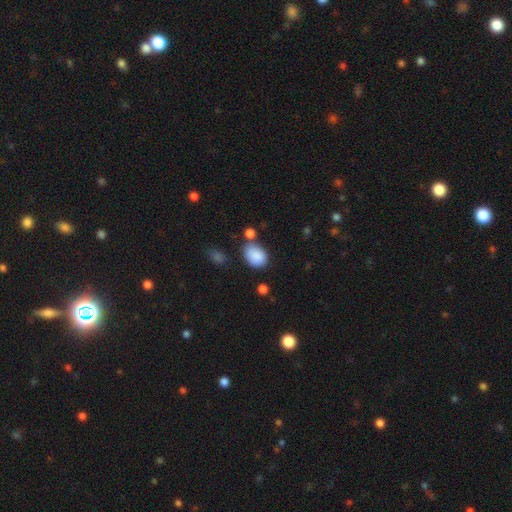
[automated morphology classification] type=smooth (87%); roundness=in between (77%); merging=none (61%).